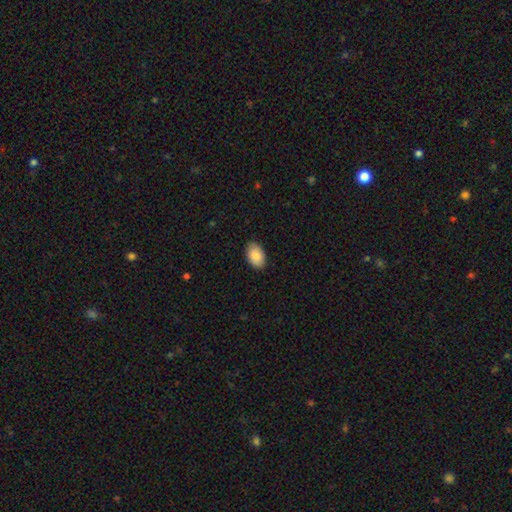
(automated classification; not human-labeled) A smooth galaxy with no disk features (88%) that is in between round and cigar-shaped (91%). Merging: none (86%).